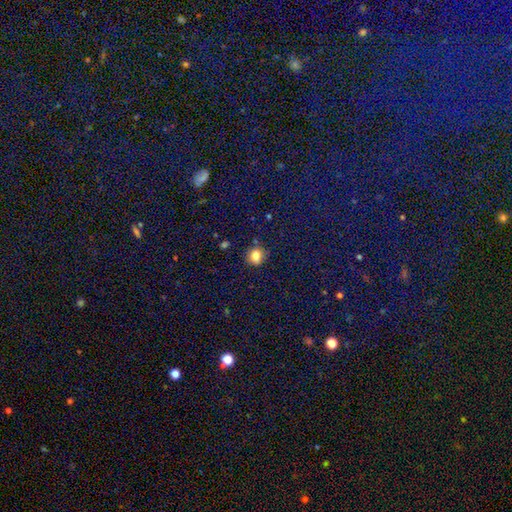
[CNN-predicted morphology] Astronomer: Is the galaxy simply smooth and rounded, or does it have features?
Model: smooth — 81%.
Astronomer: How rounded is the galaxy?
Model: round — 78%.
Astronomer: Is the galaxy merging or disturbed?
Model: none — 80%.